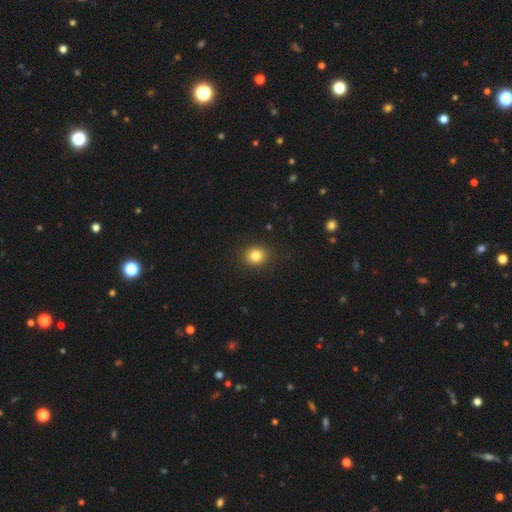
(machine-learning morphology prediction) smooth 83%, star or artifact 11%, featured or disk 6%. Down the decision tree: how rounded — round (76%); merging — none (90%).